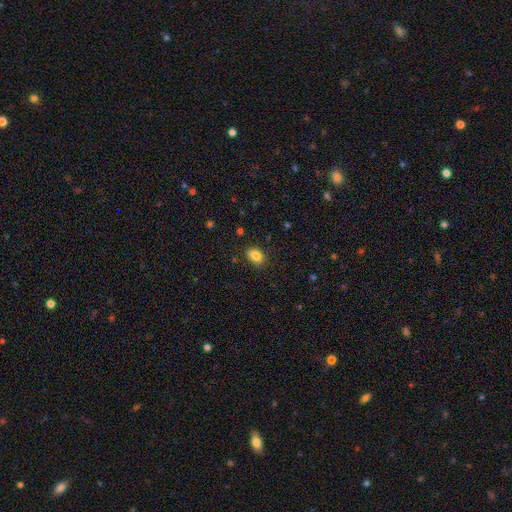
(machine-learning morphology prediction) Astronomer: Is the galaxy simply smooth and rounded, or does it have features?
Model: smooth — 84%.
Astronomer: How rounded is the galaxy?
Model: in between — 73%.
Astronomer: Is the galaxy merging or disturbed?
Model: none — 83%.